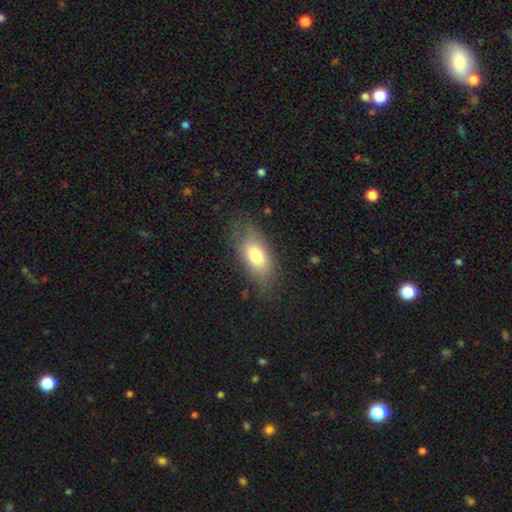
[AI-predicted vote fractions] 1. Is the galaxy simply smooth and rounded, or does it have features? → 77% smooth, 16% featured or disk, 8% star or artifact.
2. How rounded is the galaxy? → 86% in between, 9% cigar-shaped, 5% round.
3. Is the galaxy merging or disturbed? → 74% none, 18% minor disturbance, 7% major disturbance, 1% merger.